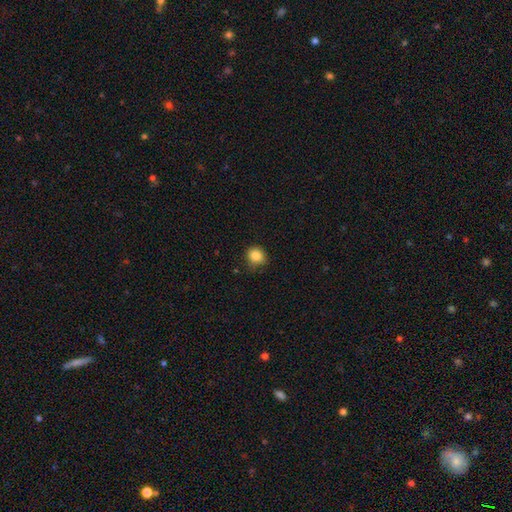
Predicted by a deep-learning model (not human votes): This is clearly a smooth galaxy (85%). How rounded: likely round (79%). Merging: likely none (75%).